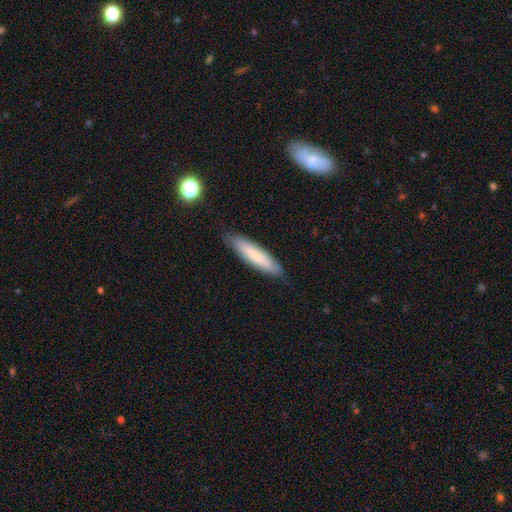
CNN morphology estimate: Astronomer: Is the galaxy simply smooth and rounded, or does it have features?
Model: smooth — 73%.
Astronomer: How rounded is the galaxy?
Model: cigar-shaped — 79%.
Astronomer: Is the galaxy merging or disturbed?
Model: none — 84%.